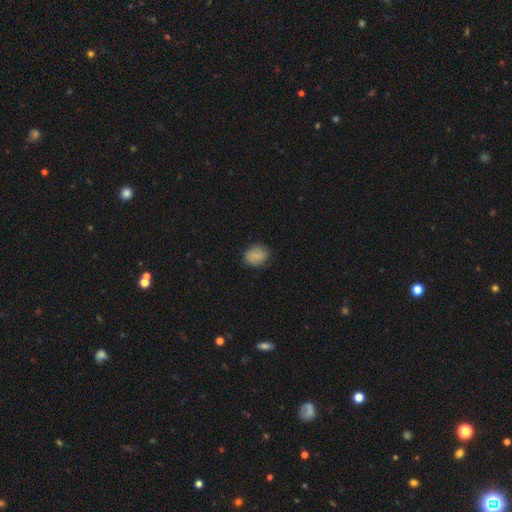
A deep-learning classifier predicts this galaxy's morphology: This appears to be a smooth galaxy with no disk features (86%) that is round (50%). Merging: none (83%).